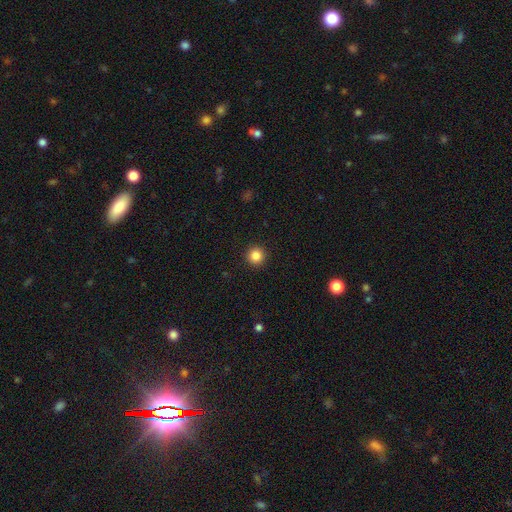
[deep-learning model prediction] smooth_or_featured: smooth (p=0.85) [alt: star or artifact p=0.11]
how_rounded: round (p=0.95) [alt: in between p=0.04]
merging: none (p=0.93) [alt: minor disturbance p=0.04]